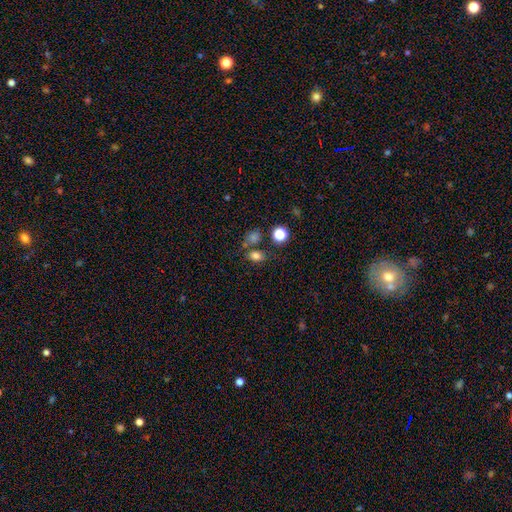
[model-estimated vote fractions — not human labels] A smooth galaxy with no disk features (78%) that is in between round and cigar-shaped (69%). Merging: none (63%).